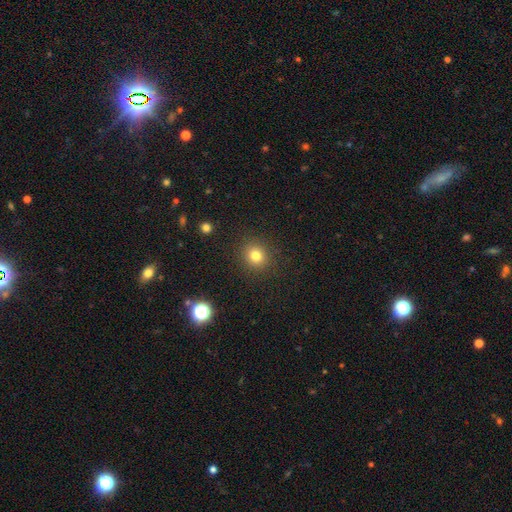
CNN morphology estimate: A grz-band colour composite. It shows a smooth galaxy with no disk features (80%) that is round (86%). Merging: none (89%).